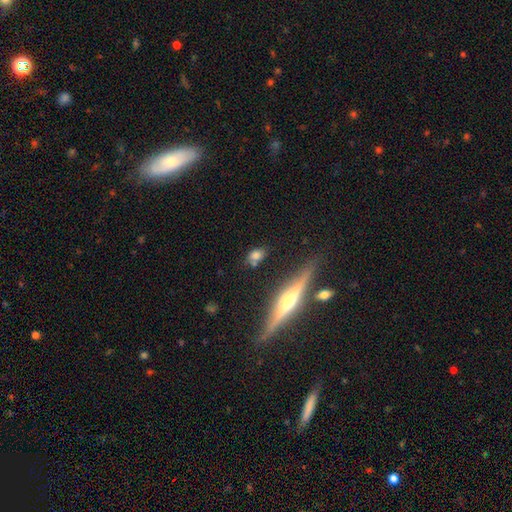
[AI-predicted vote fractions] This appears to be a smooth galaxy with no disk features (67%) that is in between round and cigar-shaped (62%). Merging: none (68%).